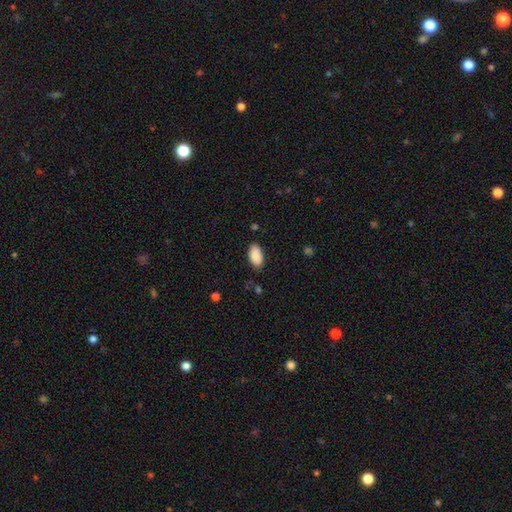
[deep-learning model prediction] Overall: smooth (90%). How rounded: in between (95%). Merging: none (84%).